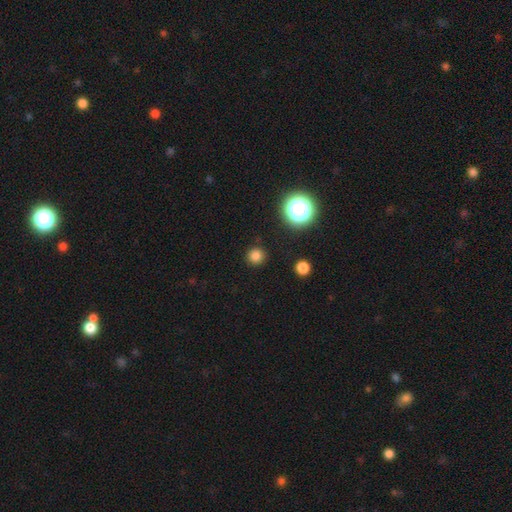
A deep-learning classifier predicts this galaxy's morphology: Overall: smooth (79%). How rounded: round (95%). Merging: none (91%).